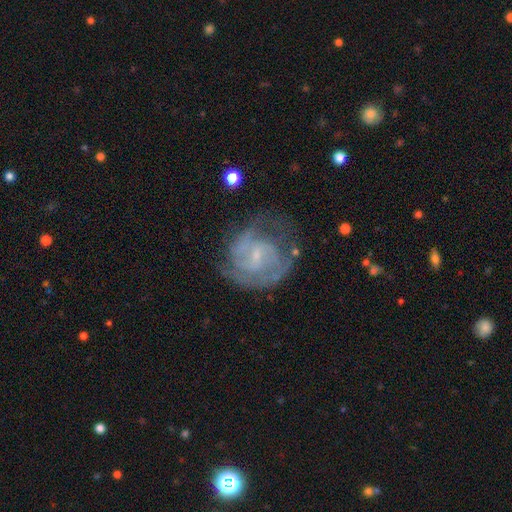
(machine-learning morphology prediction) Smooth or featured? Predicted: featured or disk (p=0.81). Edge-on disk? Predicted: no (p=0.98). Bar? Predicted: weak (p=0.48). Spiral arms? Predicted: yes (p=0.90). Spiral winding? Predicted: tight (p=0.46). Spiral arm count? Predicted: 2 (p=0.45). Bulge size? Predicted: small (p=0.72). Merging? Predicted: none (p=0.59).